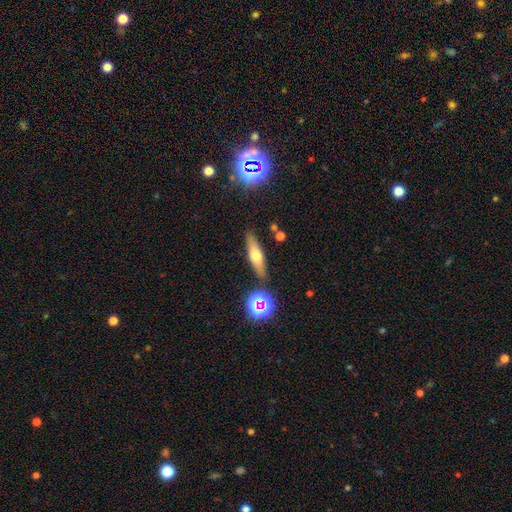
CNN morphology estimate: Overall: smooth (48%; featured or disk 42%). Merging: none (84%).